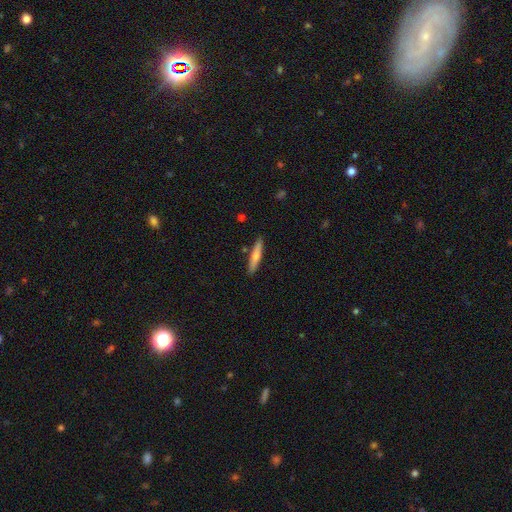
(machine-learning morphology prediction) smooth-or-featured: smooth: 61% | featured or disk: 33% | star or artifact: 6%
  how-rounded: cigar-shaped: 88% | in between: 10% | round: 1%
  merging: none: 87% | minor disturbance: 9% | merger: 2% | major disturbance: 2%